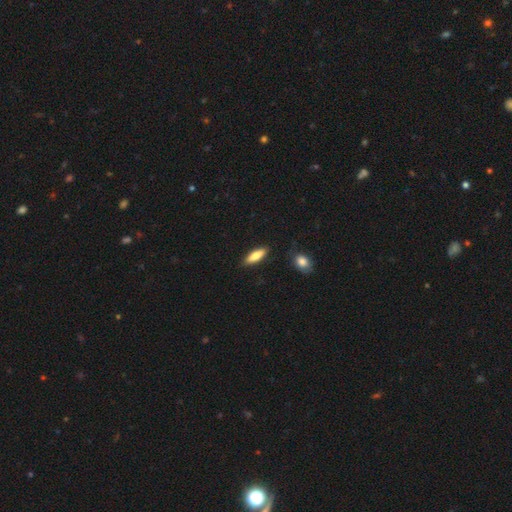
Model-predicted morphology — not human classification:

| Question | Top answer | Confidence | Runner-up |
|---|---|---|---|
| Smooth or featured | smooth | 80% | featured or disk (14%) |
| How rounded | in between | 51% | cigar-shaped (47%) |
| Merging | none | 85% | minor disturbance (10%) |